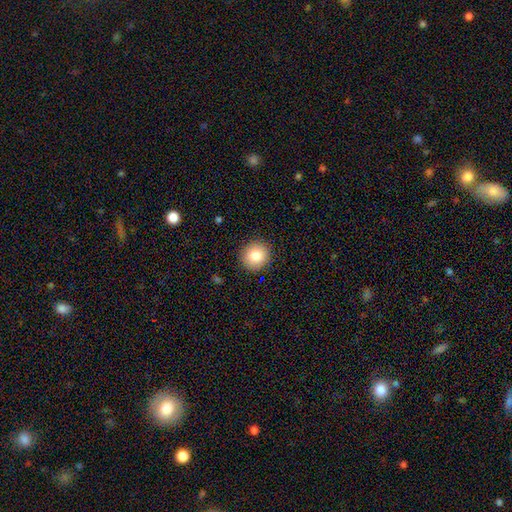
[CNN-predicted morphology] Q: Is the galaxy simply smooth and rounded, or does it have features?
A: smooth — 83%.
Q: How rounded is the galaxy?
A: round — 91%.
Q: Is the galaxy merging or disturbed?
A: none — 91%.